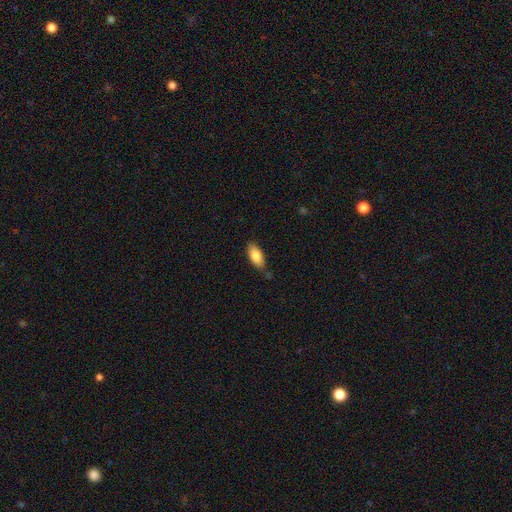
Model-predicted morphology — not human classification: Q: Smooth or featured?
A: smooth (83%); runner-up: featured or disk (11%)
Q: How rounded?
A: in between (86%); runner-up: cigar-shaped (12%)
Q: Merging?
A: none (76%); runner-up: minor disturbance (17%)